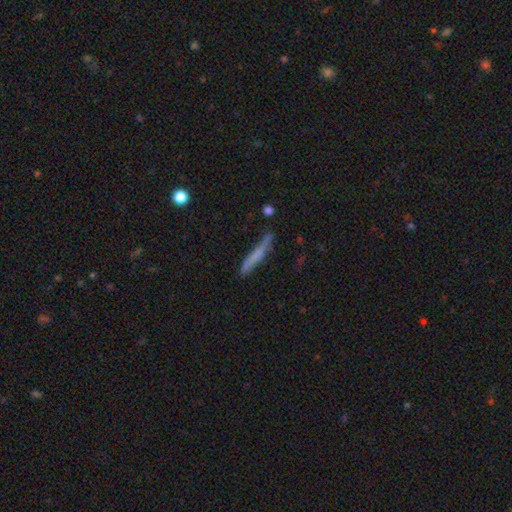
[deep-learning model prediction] Smooth or featured?
  - smooth: 57% *
  - featured or disk: 35%
  - star or artifact: 8%
How rounded?
  - cigar-shaped: 95% *
  - in between: 4%
  - round: 2%
Merging?
  - none: 74% *
  - minor disturbance: 18%
  - major disturbance: 4%
  - merger: 4%